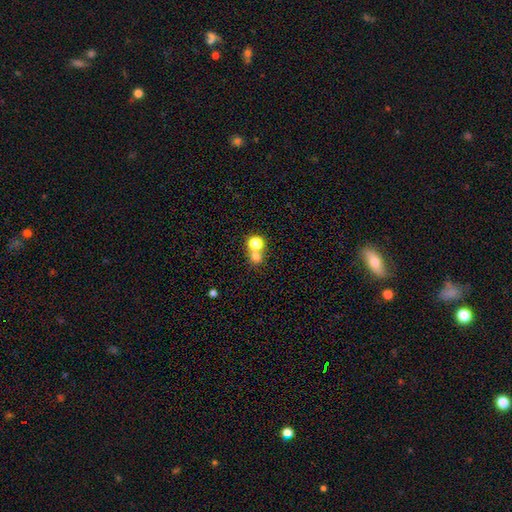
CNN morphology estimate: Overall: smooth (73%). How rounded: round (84%). Merging: merger (47%; none 44%).